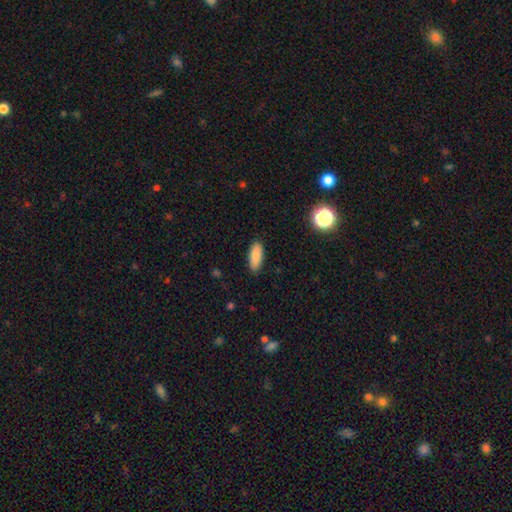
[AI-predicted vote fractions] A smooth galaxy with no disk features (86%) that is in between round and cigar-shaped (79%).

Vote fractions:
- Smooth or featured? smooth: 86% / featured or disk: 7% / star or artifact: 7%
- How rounded? in between: 79% / cigar-shaped: 19% / round: 2%
- Merging? none: 88% / minor disturbance: 9% / major disturbance: 2% / merger: 1%